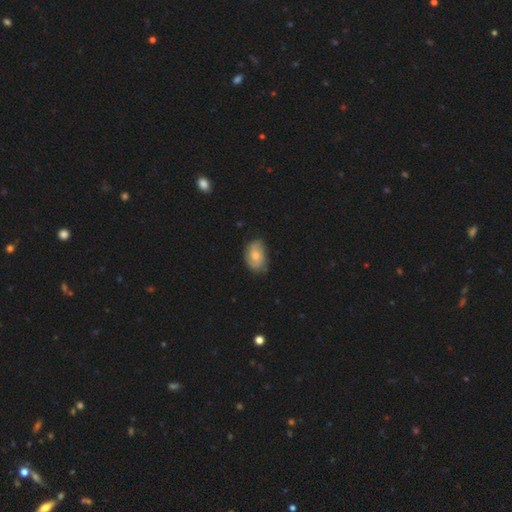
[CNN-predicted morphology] smooth_or_featured: smooth (p=0.52) [alt: featured or disk p=0.41]
how_rounded: in between (p=0.84) [alt: round p=0.15]
merging: none (p=0.69) [alt: minor disturbance p=0.25]